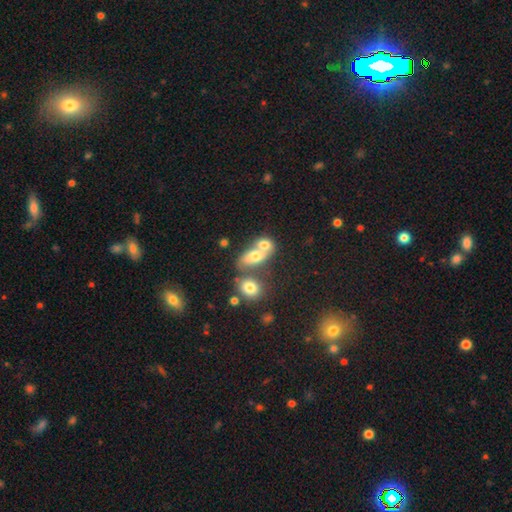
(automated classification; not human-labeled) Smooth or featured? Predicted: smooth (p=0.66). How rounded? Predicted: in between (p=0.75). Merging? Predicted: merger (p=0.66).